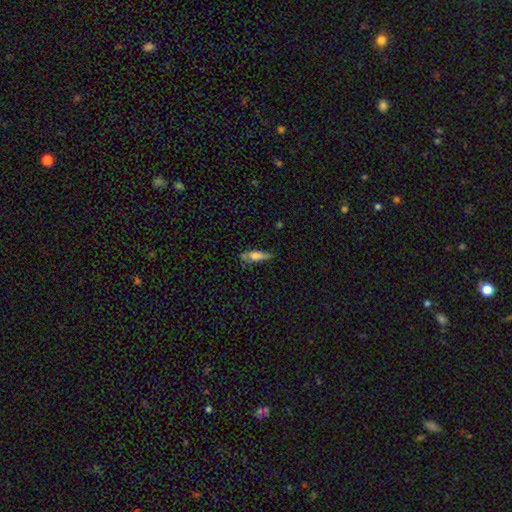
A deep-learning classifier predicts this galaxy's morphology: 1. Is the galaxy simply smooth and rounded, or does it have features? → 65% smooth, 28% featured or disk, 7% star or artifact.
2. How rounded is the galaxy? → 56% cigar-shaped, 41% in between, 2% round.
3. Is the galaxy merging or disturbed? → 61% none, 29% minor disturbance, 8% major disturbance, 3% merger.